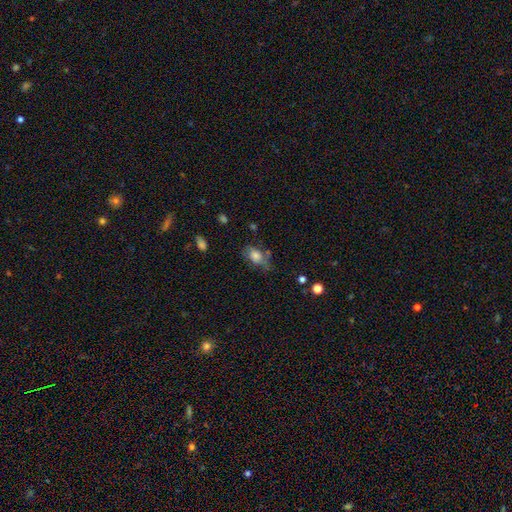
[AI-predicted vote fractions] Smooth or featured?
  - smooth: 60% *
  - featured or disk: 29%
  - star or artifact: 10%
How rounded?
  - in between: 83% *
  - round: 15%
  - cigar-shaped: 3%
Merging?
  - none: 46% *
  - minor disturbance: 29%
  - major disturbance: 20%
  - merger: 6%